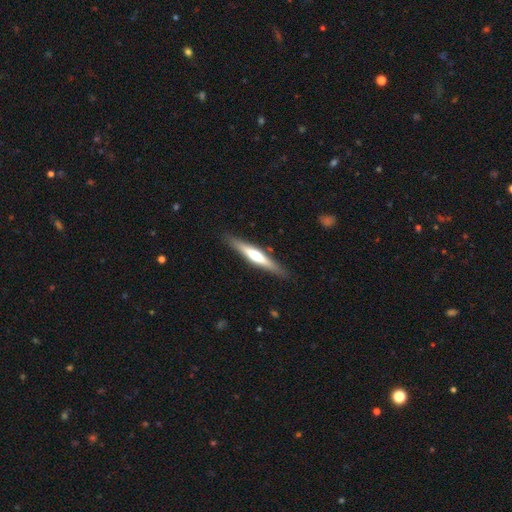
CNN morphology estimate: A featured or disk galaxy (53%) viewed edge-on (94%) with a rounded central bulge (60%).

Vote fractions:
- Smooth or featured? featured or disk: 53% / smooth: 42% / star or artifact: 5%
- Edge-on disk? yes: 94% / no: 6%
- Edge-on bulge? rounded: 60% / none: 21% / boxy: 19%
- Merging? none: 87% / minor disturbance: 10% / major disturbance: 2% / merger: 1%